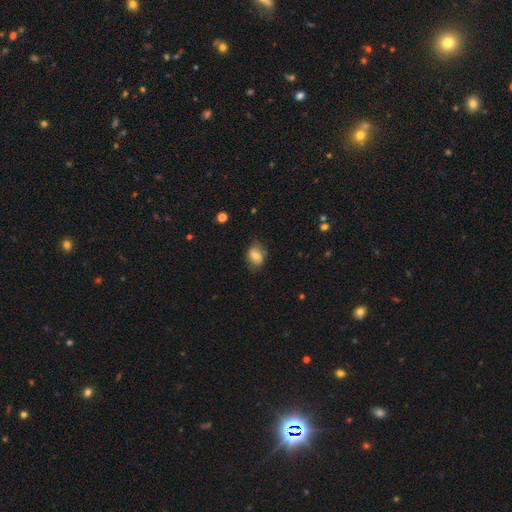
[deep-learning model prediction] Smooth or featured: smooth — 70% (featured or disk — 21%)
How rounded: in between — 70% (round — 29%)
Merging: none — 68% (minor disturbance — 24%)